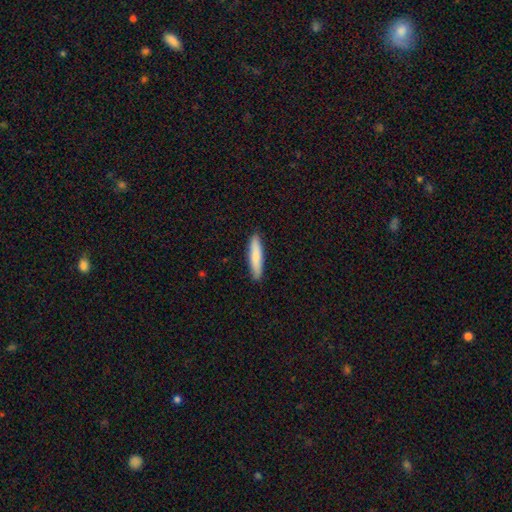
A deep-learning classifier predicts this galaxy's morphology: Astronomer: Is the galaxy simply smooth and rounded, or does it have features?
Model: smooth — 81%.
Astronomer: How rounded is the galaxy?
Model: cigar-shaped — 86%.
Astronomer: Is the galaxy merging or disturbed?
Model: none — 90%.